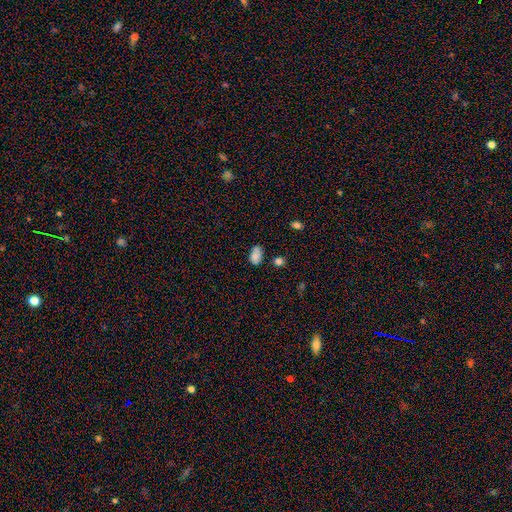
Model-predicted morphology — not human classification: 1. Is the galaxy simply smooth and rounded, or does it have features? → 78% smooth, 11% featured or disk, 11% star or artifact.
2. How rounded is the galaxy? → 87% in between, 12% round, 1% cigar-shaped.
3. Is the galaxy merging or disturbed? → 54% none, 29% minor disturbance, 9% merger, 8% major disturbance.